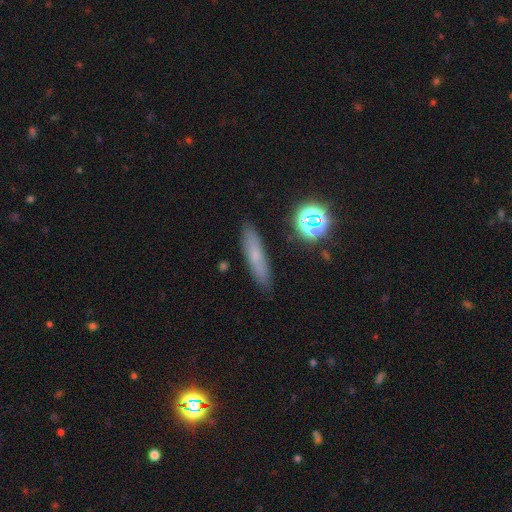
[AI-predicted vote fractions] Morphology: type=smooth (61%); roundness=cigar-shaped (80%); merging=none (87%).